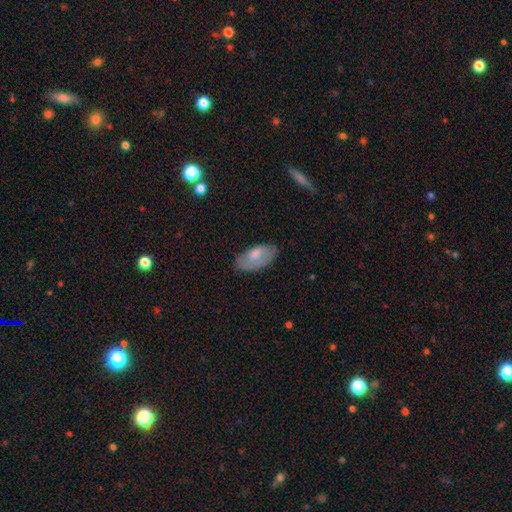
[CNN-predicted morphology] A smooth galaxy with no disk features (71%) that is in between round and cigar-shaped (93%).

Vote fractions:
- Smooth or featured? smooth: 71% / featured or disk: 22% / star or artifact: 6%
- How rounded? in between: 93% / cigar-shaped: 4% / round: 3%
- Merging? none: 67% / minor disturbance: 25% / major disturbance: 7% / merger: 2%